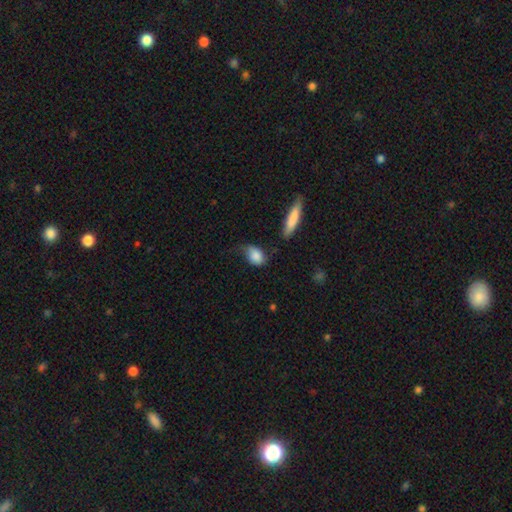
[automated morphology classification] Smooth or featured? smooth (83%)
How rounded? in between (80%)
Merging? minor disturbance (40%)